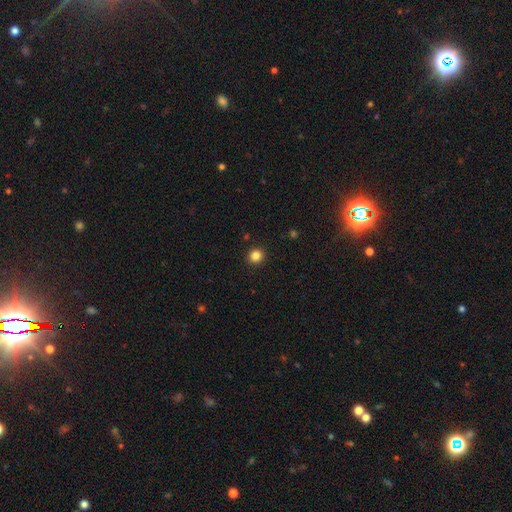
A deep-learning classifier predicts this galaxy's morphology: A smooth galaxy with no disk features (84%) that is round (90%). Merging: none (92%).